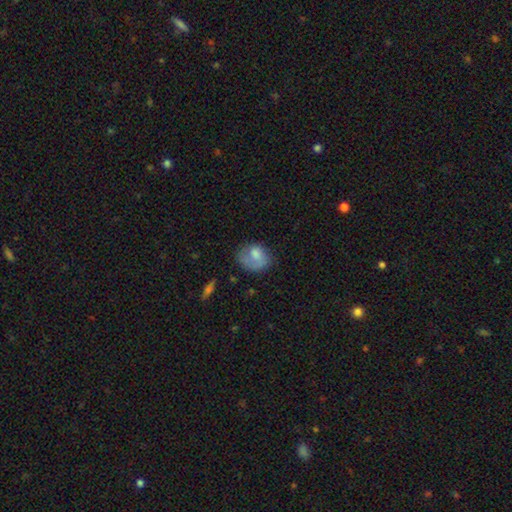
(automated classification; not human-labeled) Smooth or featured? smooth (67%)
How rounded? in between (51%)
Merging? none (43%)